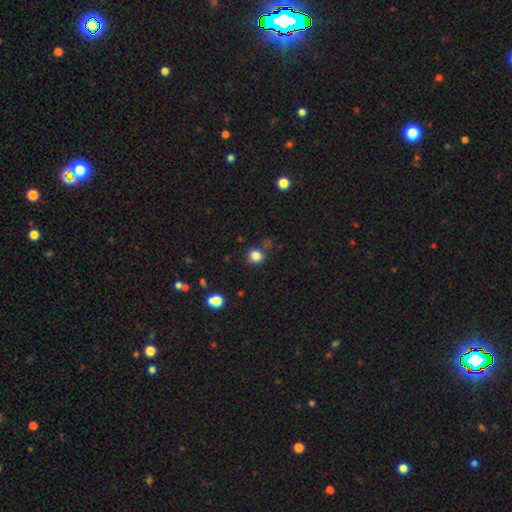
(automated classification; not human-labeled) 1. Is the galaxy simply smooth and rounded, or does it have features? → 83% smooth, 13% star or artifact, 4% featured or disk.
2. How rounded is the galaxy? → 79% round, 20% in between, 1% cigar-shaped.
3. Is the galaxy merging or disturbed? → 73% none, 16% minor disturbance, 6% merger, 5% major disturbance.